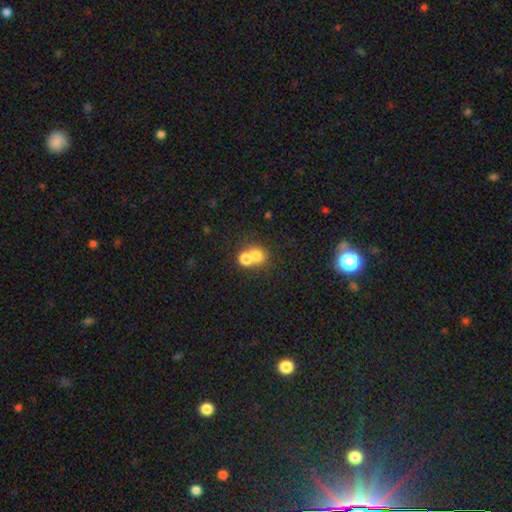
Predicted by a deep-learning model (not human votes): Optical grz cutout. It shows a smooth galaxy with no disk features (73%) that is round (76%). Merging: merger (62%).